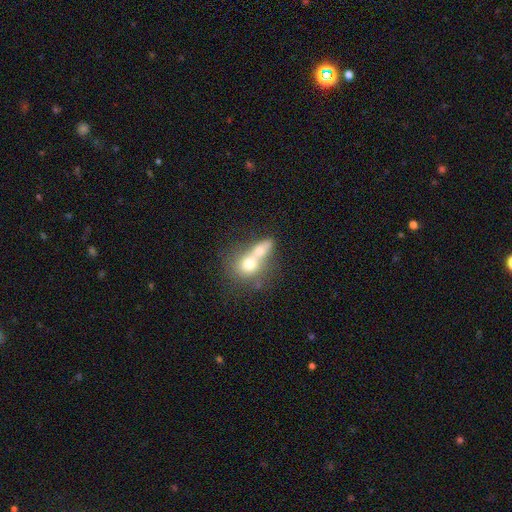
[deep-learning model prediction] smooth-or-featured: smooth: 62% | featured or disk: 28% | star or artifact: 10%
  how-rounded: round: 55% | in between: 40% | cigar-shaped: 5%
  merging: merger: 72% | none: 16% | minor disturbance: 6% | major disturbance: 6%